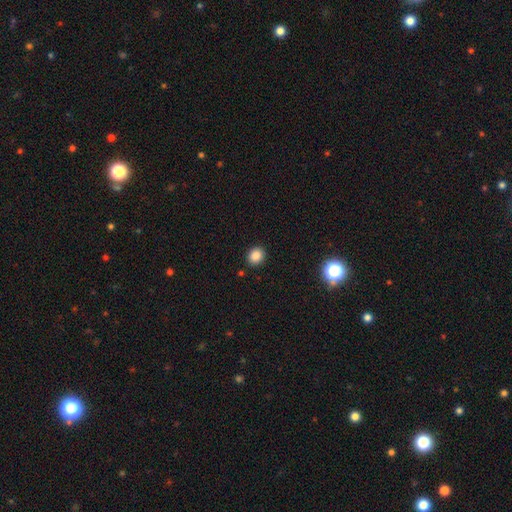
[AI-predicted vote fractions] smooth_or_featured: smooth (p=0.85) [alt: star or artifact p=0.11]
how_rounded: round (p=0.71) [alt: in between p=0.28]
merging: none (p=0.90) [alt: minor disturbance p=0.06]